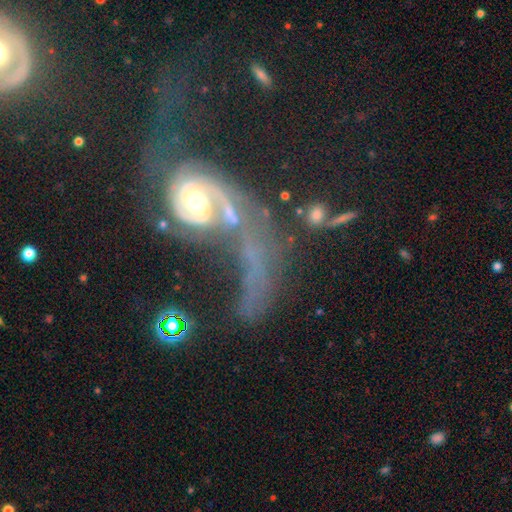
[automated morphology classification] This is likely a featured or disk galaxy (75%). It is clearly not viewed edge-on (94%). Bar: possibly no (58%). Spiral arm pattern: clearly yes (83%). Spiral arm count: possibly 2 (58%). Spiral winding: marginally medium (35%). Central bulge: likely moderate (62%). Merging: marginally major disturbance (36%).